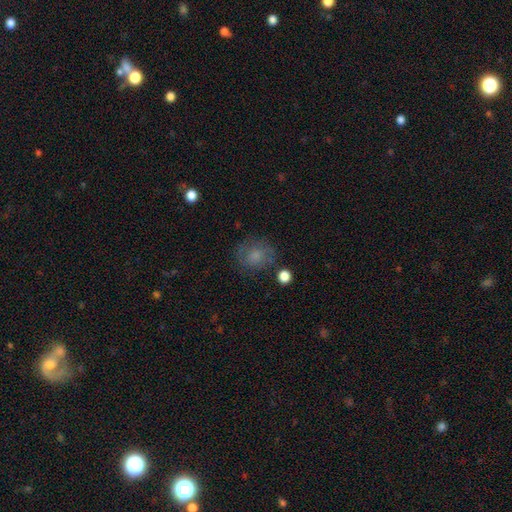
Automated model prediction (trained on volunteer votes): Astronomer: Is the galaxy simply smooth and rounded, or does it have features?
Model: smooth — 65%.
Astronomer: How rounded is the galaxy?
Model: round — 70%.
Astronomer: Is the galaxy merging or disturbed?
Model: none — 70%.